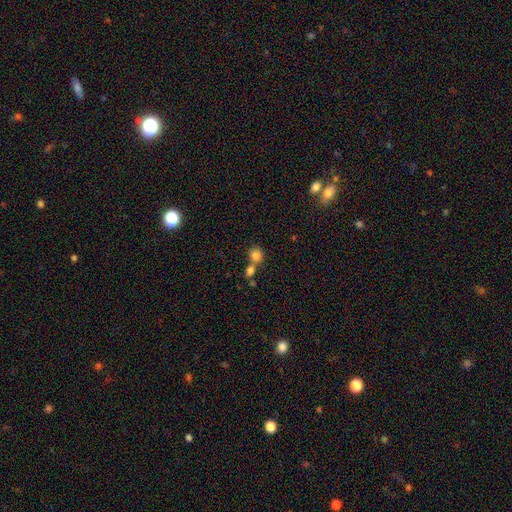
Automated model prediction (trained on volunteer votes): smooth_or_featured: smooth (p=0.82) [alt: star or artifact p=0.11]
how_rounded: round (p=0.81) [alt: in between p=0.18]
merging: none (p=0.46) [alt: merger p=0.42]